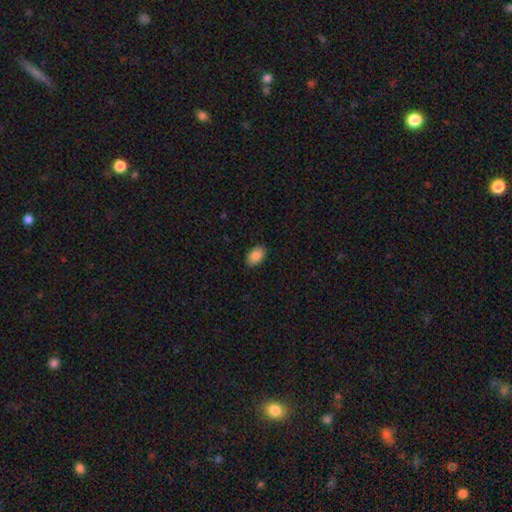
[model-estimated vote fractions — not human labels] This is clearly a smooth galaxy (87%). How rounded: clearly in between (91%). Merging: clearly none (89%).